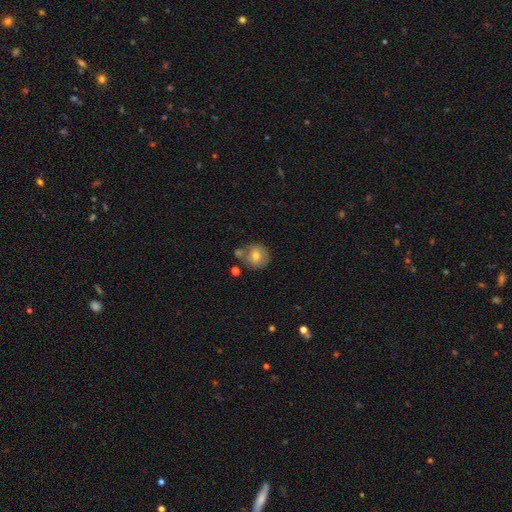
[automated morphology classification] A smooth galaxy with no disk features (74%) that is round (89%).

Vote fractions:
- Smooth or featured? smooth: 74% / featured or disk: 17% / star or artifact: 9%
- How rounded? round: 89% / in between: 10% / cigar-shaped: 1%
- Merging? none: 62% / merger: 20% / minor disturbance: 14% / major disturbance: 4%